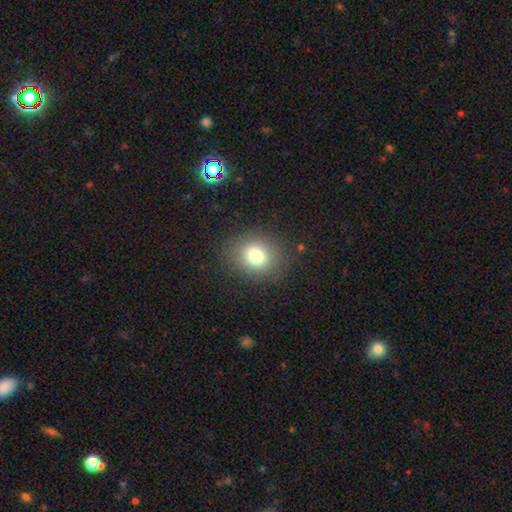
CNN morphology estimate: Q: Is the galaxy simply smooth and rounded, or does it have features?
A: smooth — 76%.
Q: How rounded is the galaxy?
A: round — 71%.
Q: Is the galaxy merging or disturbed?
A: none — 86%.